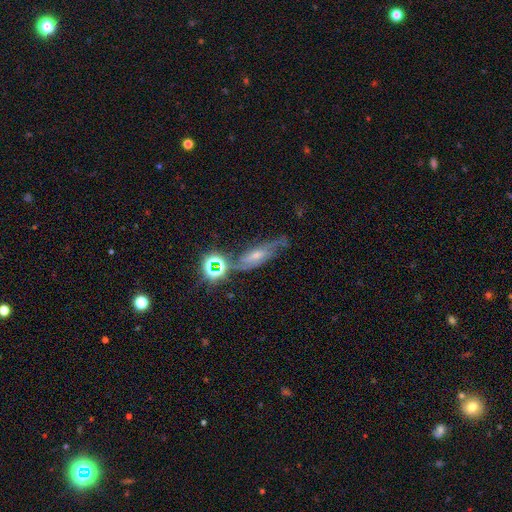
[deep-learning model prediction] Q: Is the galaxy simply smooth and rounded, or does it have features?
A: featured or disk — 52%.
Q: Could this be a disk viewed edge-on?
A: no — 70%.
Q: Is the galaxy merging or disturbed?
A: none — 57%.